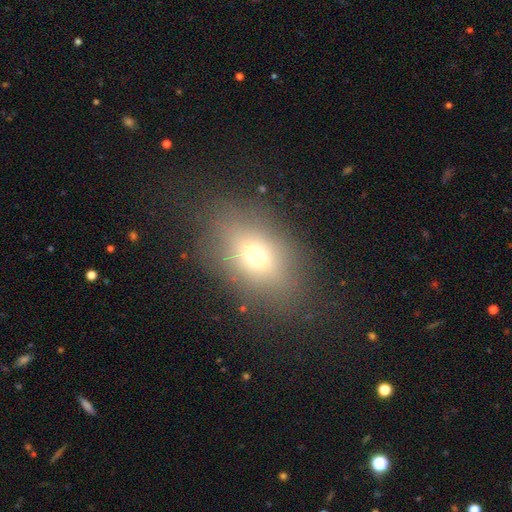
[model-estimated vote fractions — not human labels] This is likely a smooth galaxy (66%). How rounded: likely in between (76%). Merging: likely none (76%).